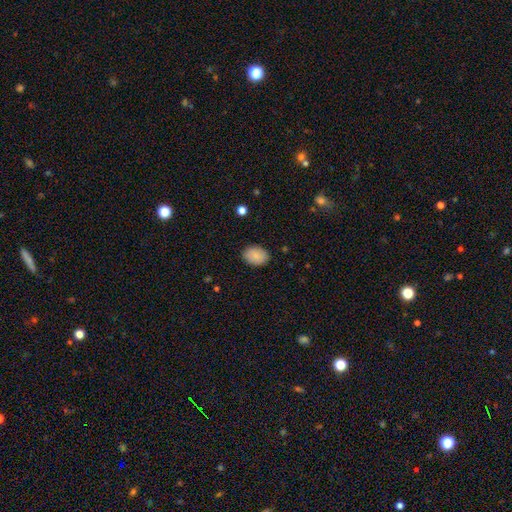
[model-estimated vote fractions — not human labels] Smooth or featured: smooth — 89% (star or artifact — 7%)
How rounded: in between — 72% (round — 27%)
Merging: none — 87% (minor disturbance — 10%)